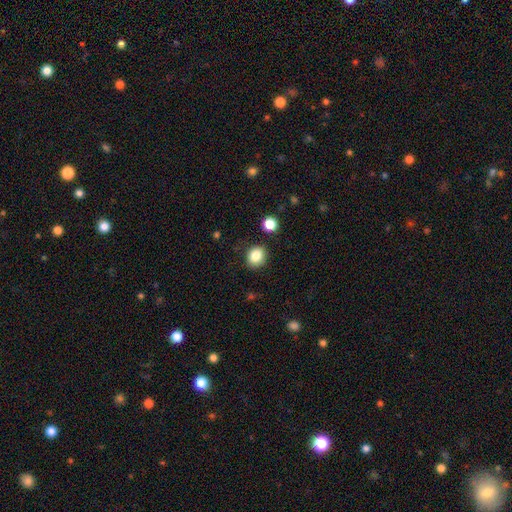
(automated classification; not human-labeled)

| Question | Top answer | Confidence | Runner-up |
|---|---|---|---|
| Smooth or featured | smooth | 85% | star or artifact (10%) |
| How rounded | round | 75% | in between (24%) |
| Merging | none | 85% | minor disturbance (9%) |